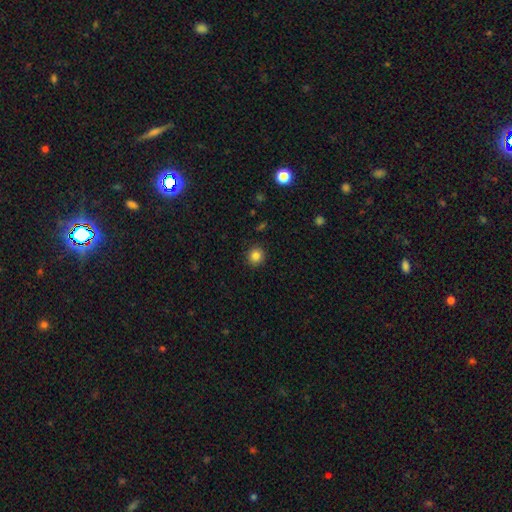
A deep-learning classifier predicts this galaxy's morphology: Smooth or featured: smooth — 83% (star or artifact — 11%)
How rounded: round — 92% (in between — 7%)
Merging: none — 91% (minor disturbance — 6%)